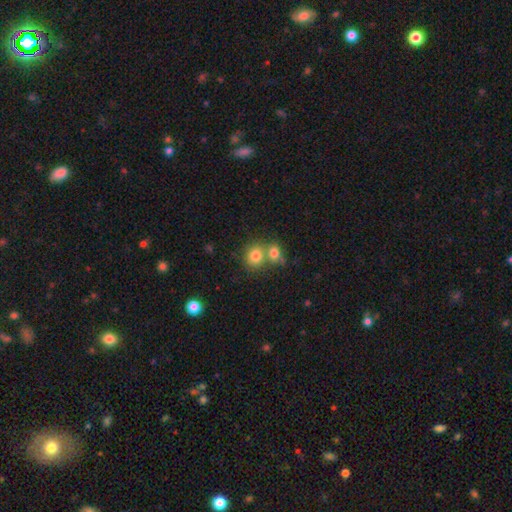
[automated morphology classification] smooth_or_featured: smooth (p=0.80) [alt: star or artifact p=0.10]
how_rounded: round (p=0.76) [alt: in between p=0.23]
merging: merger (p=0.45) [alt: none p=0.44]